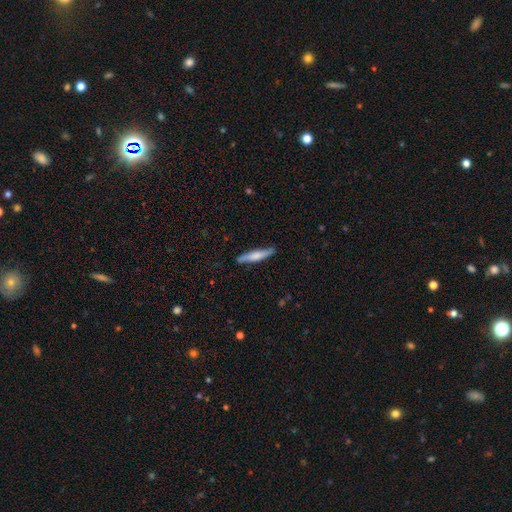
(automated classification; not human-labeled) Smooth or featured?
  - smooth: 62% *
  - featured or disk: 32%
  - star or artifact: 5%
How rounded?
  - cigar-shaped: 89% *
  - in between: 9%
  - round: 1%
Merging?
  - none: 86% *
  - minor disturbance: 11%
  - major disturbance: 2%
  - merger: 1%